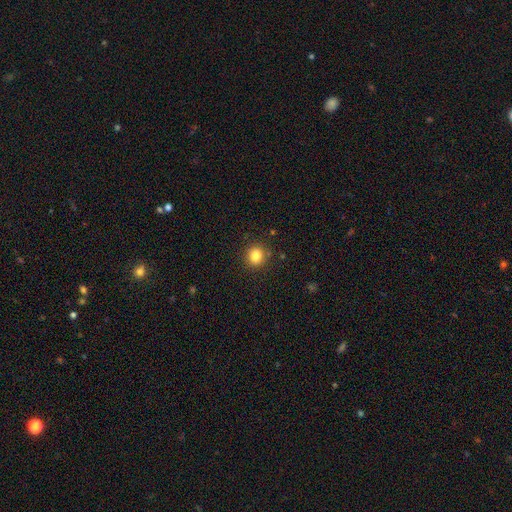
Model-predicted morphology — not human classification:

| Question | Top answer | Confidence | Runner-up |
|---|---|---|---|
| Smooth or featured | smooth | 83% | star or artifact (12%) |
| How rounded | round | 89% | in between (11%) |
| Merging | none | 89% | minor disturbance (7%) |